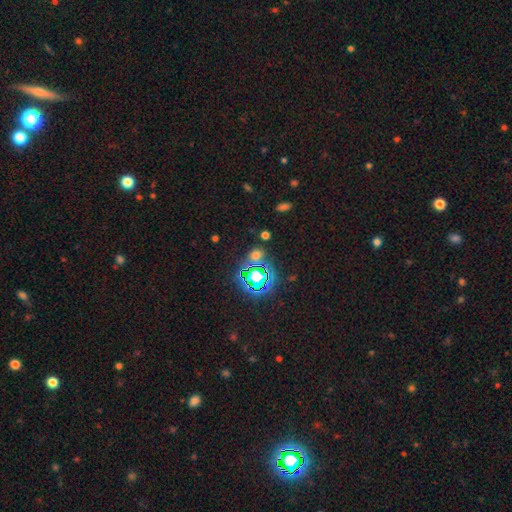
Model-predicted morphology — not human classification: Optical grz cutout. It shows a star or artifact, not a galaxy (49%).